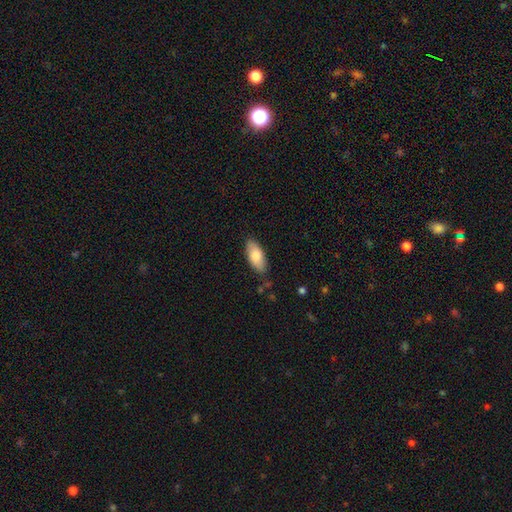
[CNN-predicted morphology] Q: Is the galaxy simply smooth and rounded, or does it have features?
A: smooth — 78%.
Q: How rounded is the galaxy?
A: in between — 88%.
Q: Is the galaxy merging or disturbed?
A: none — 83%.